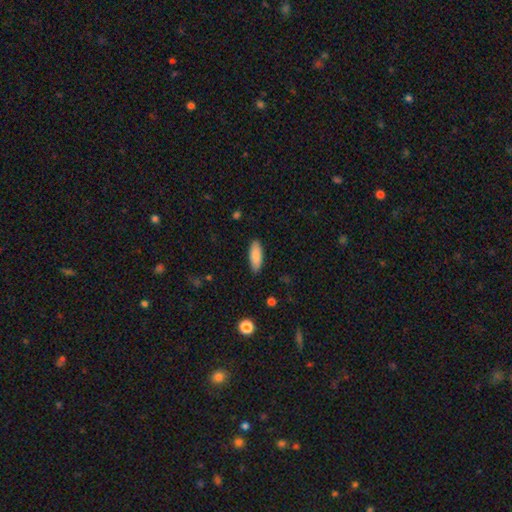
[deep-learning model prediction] smooth_or_featured: smooth (p=0.88) [alt: featured or disk p=0.06]
how_rounded: in between (p=0.70) [alt: cigar-shaped p=0.28]
merging: none (p=0.88) [alt: minor disturbance p=0.09]